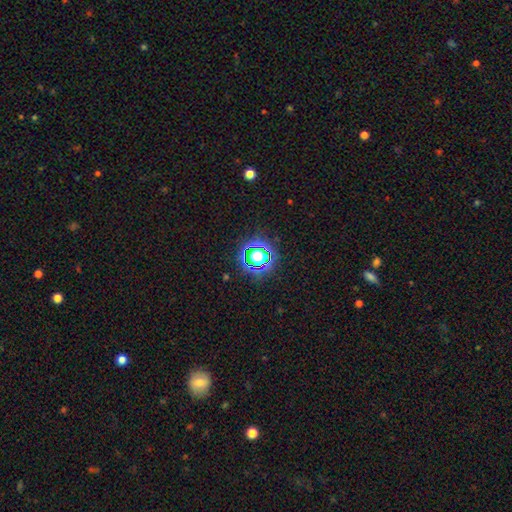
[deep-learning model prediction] The model was most divided on "smooth or featured": star or artifact: 52%, smooth: 37%, featured or disk: 11%.